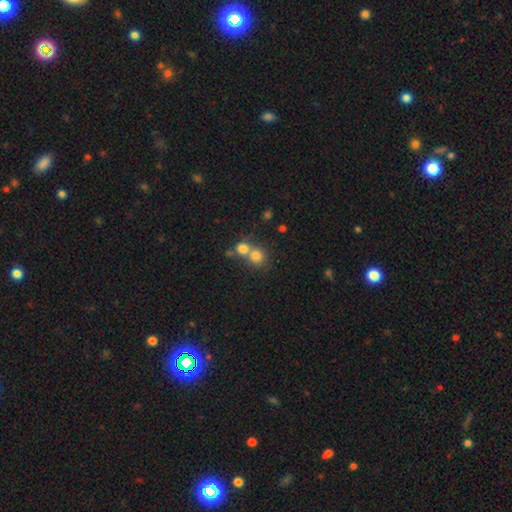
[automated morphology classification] This is likely a smooth galaxy (77%). How rounded: clearly round (84%). Merging: possibly merger (53%).